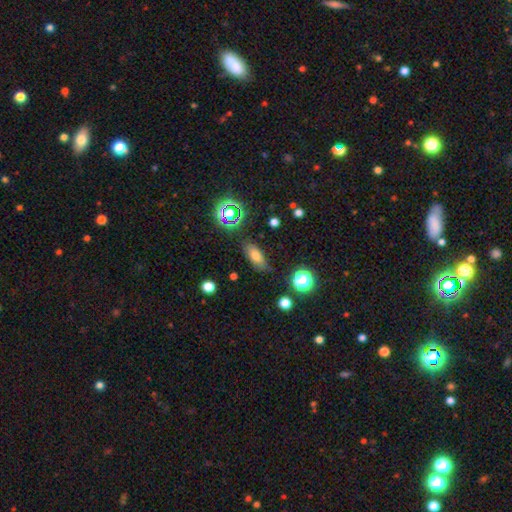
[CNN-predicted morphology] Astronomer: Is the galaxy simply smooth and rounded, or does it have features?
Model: smooth — 69%.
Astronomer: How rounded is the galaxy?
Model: in between — 73%.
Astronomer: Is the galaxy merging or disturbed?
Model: none — 79%.